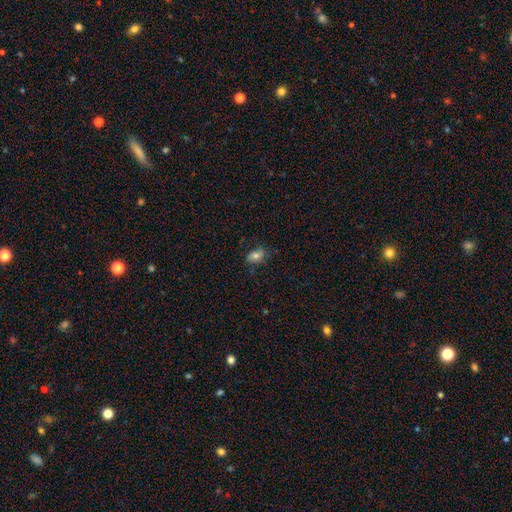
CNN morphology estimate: Overall: smooth (74%). How rounded: in between (83%). Merging: none (74%).